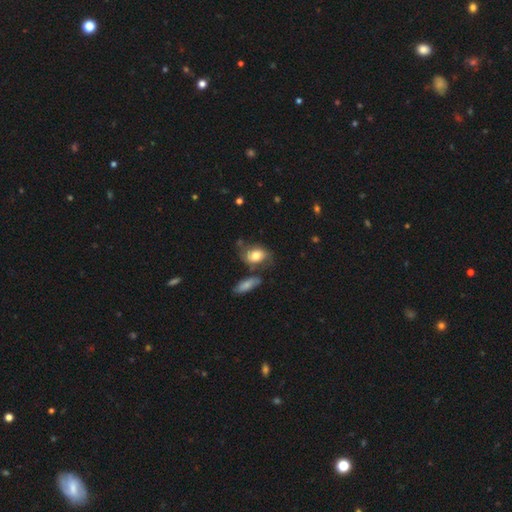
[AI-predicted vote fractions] This appears to be a smooth galaxy with no disk features (68%) that is in between round and cigar-shaped (76%). Merging: none (50%).